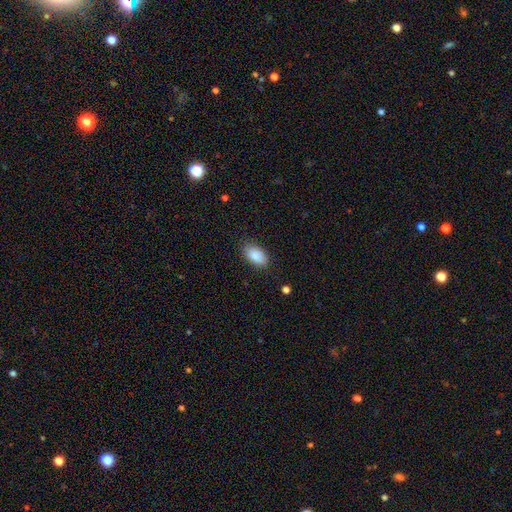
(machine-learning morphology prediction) smooth-or-featured: smooth: 89% | star or artifact: 7% | featured or disk: 4%
  how-rounded: in between: 93% | round: 5% | cigar-shaped: 2%
  merging: none: 84% | minor disturbance: 12% | major disturbance: 3% | merger: 1%